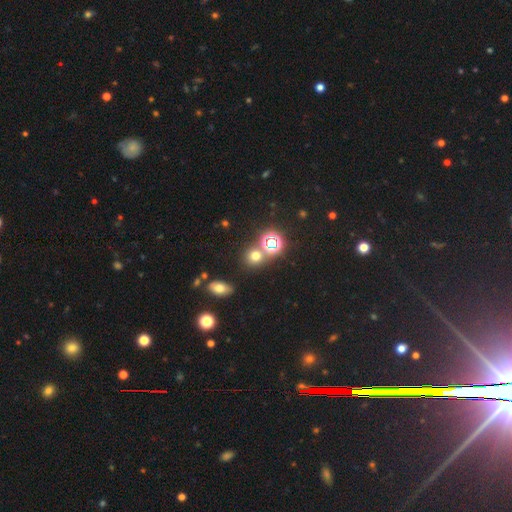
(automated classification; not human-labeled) A smooth galaxy with no disk features (59%) that is round (85%). Merging: none (72%).